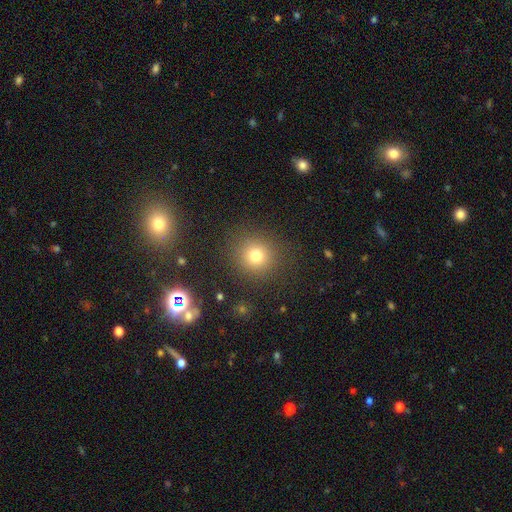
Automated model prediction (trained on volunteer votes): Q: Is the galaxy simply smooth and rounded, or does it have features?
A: smooth — 76%.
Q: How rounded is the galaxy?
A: round — 89%.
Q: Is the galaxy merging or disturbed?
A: none — 86%.